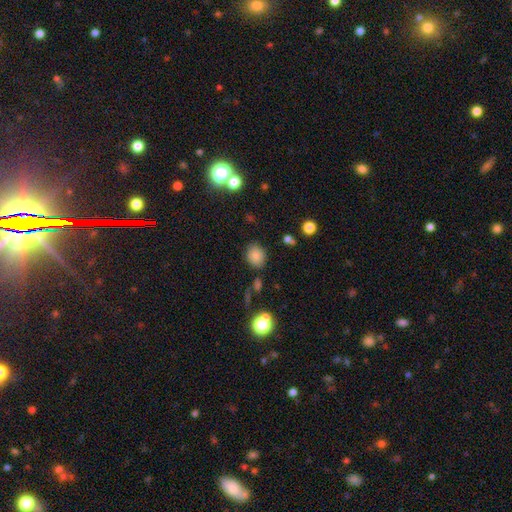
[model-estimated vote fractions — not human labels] smooth 82%, star or artifact 12%, featured or disk 5%. Down the decision tree: how rounded — round (61%); merging — none (78%).